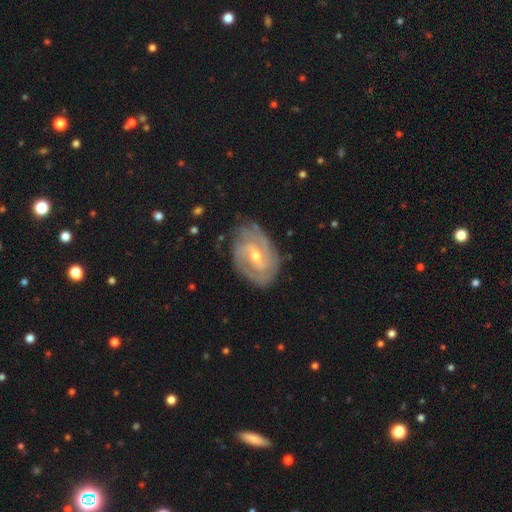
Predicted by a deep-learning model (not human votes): A featured or disk galaxy (88%) with a weak bar (53%), 2 (51%) tight (59%) spiral arms (96%) and a moderate central bulge (51%). Merging: none (76%).